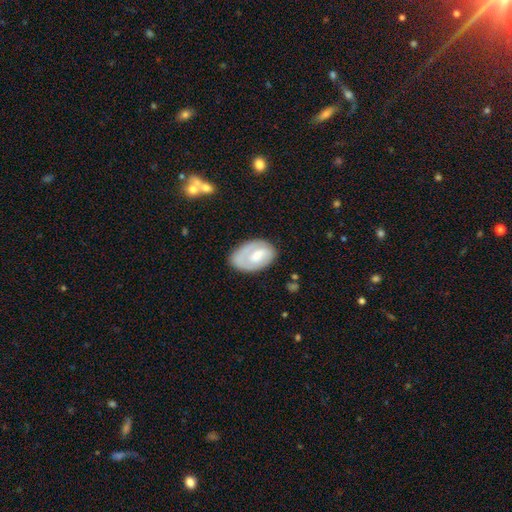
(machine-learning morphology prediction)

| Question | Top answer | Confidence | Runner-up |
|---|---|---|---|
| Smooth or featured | smooth | 50% | featured or disk (44%) |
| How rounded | in between | 89% | round (9%) |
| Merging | none | 62% | minor disturbance (25%) |